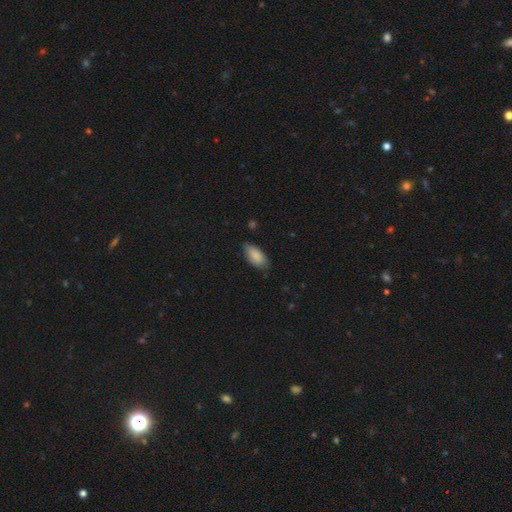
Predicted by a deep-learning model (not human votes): Smooth or featured? smooth (86%)
How rounded? in between (92%)
Merging? none (72%)